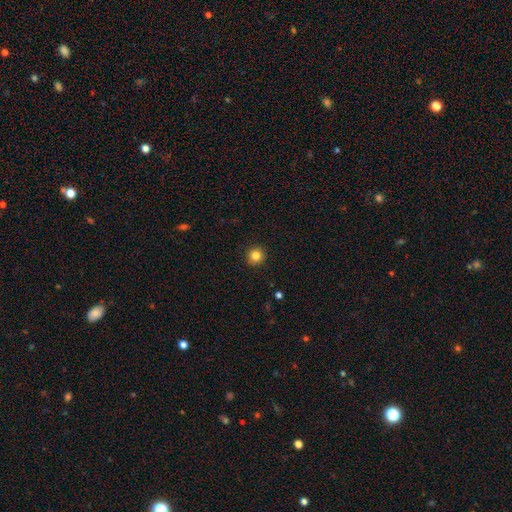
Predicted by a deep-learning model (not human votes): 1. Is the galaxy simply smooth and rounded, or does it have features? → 84% smooth, 11% star or artifact, 5% featured or disk.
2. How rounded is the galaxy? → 94% round, 6% in between, 1% cigar-shaped.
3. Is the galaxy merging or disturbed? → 93% none, 5% minor disturbance, 2% major disturbance, 1% merger.